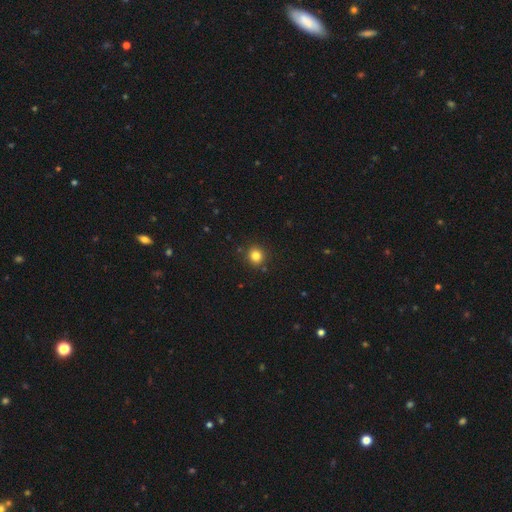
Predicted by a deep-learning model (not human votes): Smooth or featured?
  - smooth: 82% *
  - star or artifact: 13%
  - featured or disk: 5%
How rounded?
  - round: 88% *
  - in between: 12%
  - cigar-shaped: 1%
Merging?
  - none: 88% *
  - minor disturbance: 7%
  - merger: 3%
  - major disturbance: 2%